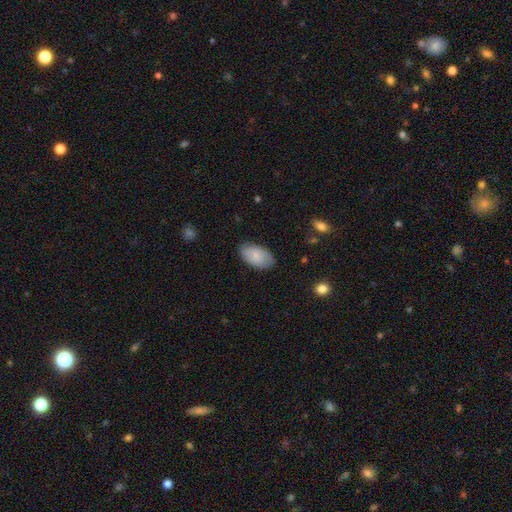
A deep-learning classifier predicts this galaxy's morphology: Smooth or featured? smooth (82%)
How rounded? in between (94%)
Merging? none (81%)